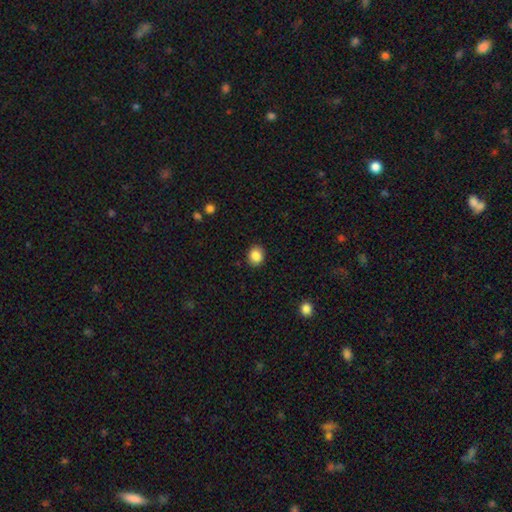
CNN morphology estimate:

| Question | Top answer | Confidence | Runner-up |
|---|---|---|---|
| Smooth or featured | smooth | 86% | star or artifact (9%) |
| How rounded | round | 71% | in between (28%) |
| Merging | none | 90% | minor disturbance (7%) |